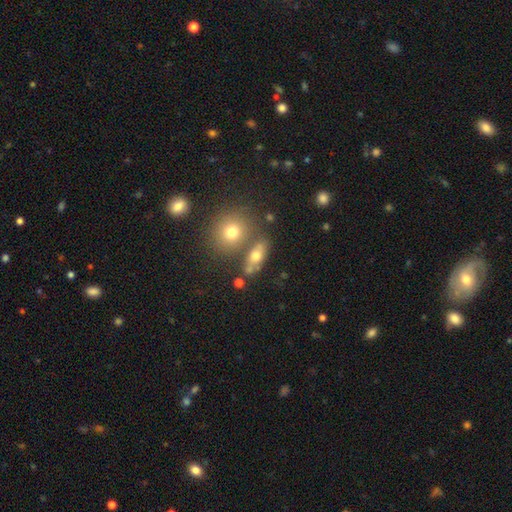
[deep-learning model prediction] A smooth galaxy with no disk features (66%) that is in between round and cigar-shaped (64%). Merging: none (60%).